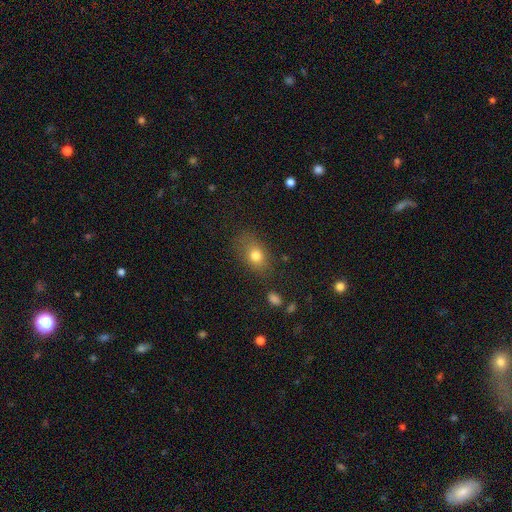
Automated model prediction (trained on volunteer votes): A smooth galaxy with no disk features (76%) that is in between round and cigar-shaped (70%). Merging: none (70%).